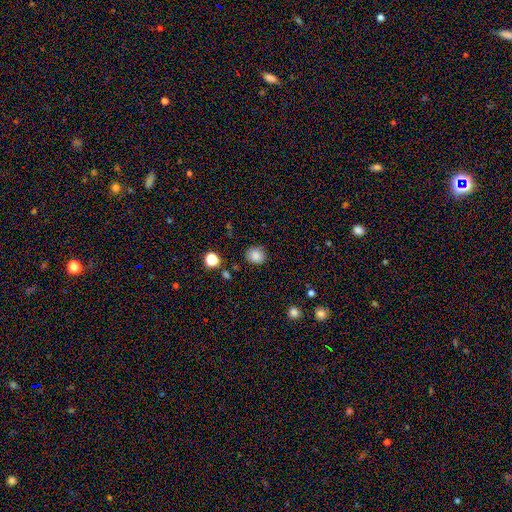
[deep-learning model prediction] Smooth or featured?
  - smooth: 84% *
  - star or artifact: 11%
  - featured or disk: 4%
How rounded?
  - round: 78% *
  - in between: 21%
  - cigar-shaped: 1%
Merging?
  - none: 83% *
  - minor disturbance: 12%
  - major disturbance: 3%
  - merger: 2%